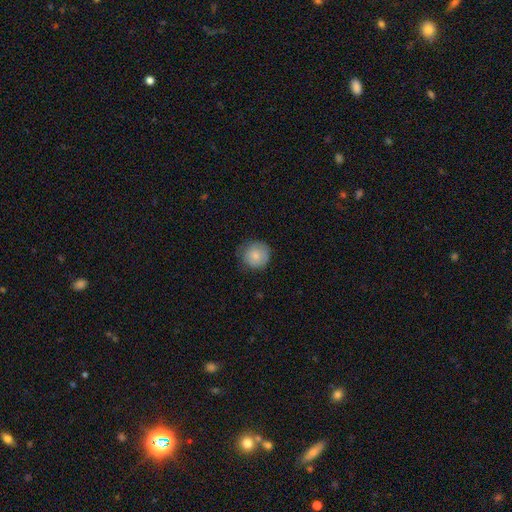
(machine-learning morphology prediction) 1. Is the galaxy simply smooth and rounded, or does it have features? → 84% smooth, 9% featured or disk, 7% star or artifact.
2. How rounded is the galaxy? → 91% round, 8% in between, 1% cigar-shaped.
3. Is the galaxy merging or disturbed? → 72% none, 22% minor disturbance, 5% major disturbance, 1% merger.